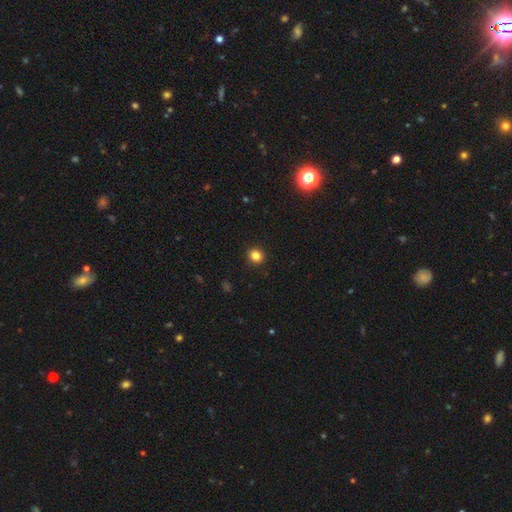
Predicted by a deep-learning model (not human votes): The model was most divided on "smooth or featured": smooth: 84%, star or artifact: 12%, featured or disk: 4%. More confident: merging — none (93%); how rounded — round (89%).